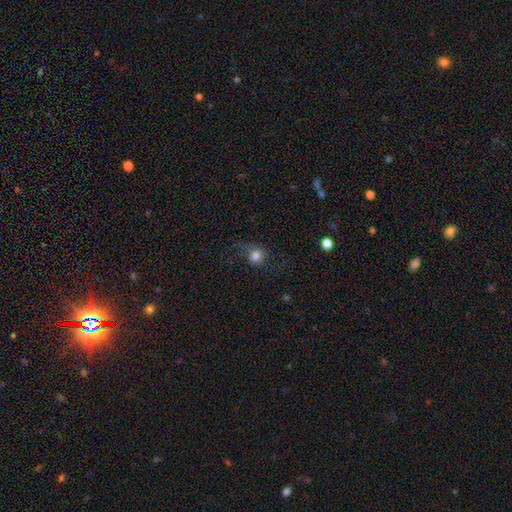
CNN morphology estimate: Overall: smooth (77%). How rounded: round (80%). Merging: none (57%; minor disturbance 22%).